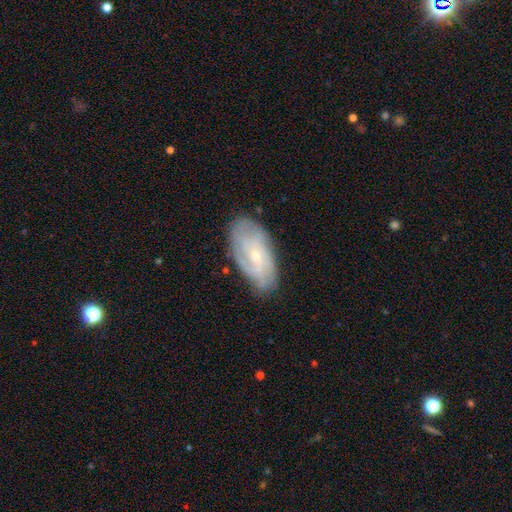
This appears to be a featured or disk galaxy (62%) with no bar (70%), tight (67%) spiral arms (78%) and a small central bulge (70%). Merging: none (89%).